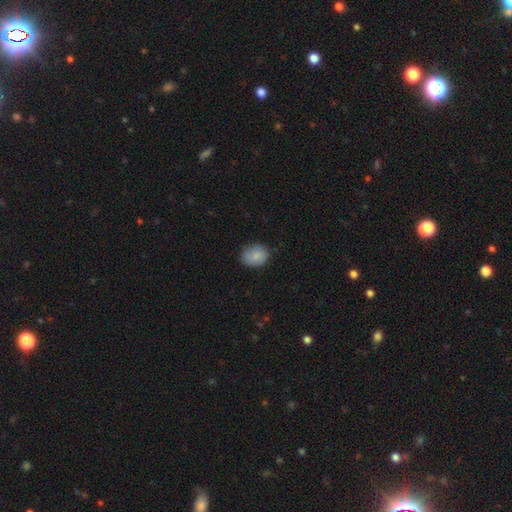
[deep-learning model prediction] A smooth galaxy with no disk features (83%) that is round (51%).

Vote fractions:
- Smooth or featured? smooth: 83% / featured or disk: 10% / star or artifact: 7%
- How rounded? round: 51% / in between: 48% / cigar-shaped: 1%
- Merging? none: 75% / minor disturbance: 20% / major disturbance: 4% / merger: 1%